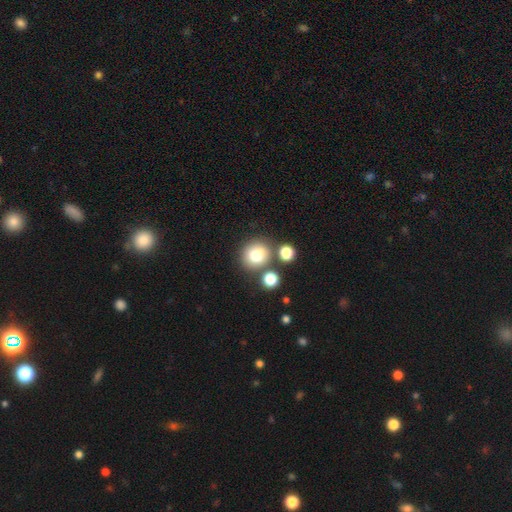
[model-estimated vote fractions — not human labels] smooth_or_featured: smooth (p=0.74) [alt: star or artifact p=0.13]
how_rounded: round (p=0.86) [alt: in between p=0.13]
merging: none (p=0.67) [alt: merger p=0.18]